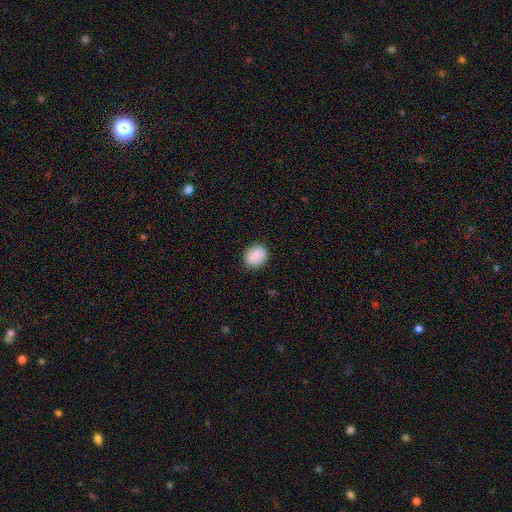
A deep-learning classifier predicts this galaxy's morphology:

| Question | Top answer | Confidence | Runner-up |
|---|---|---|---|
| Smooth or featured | smooth | 89% | star or artifact (7%) |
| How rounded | round | 63% | in between (36%) |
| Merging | none | 87% | minor disturbance (9%) |